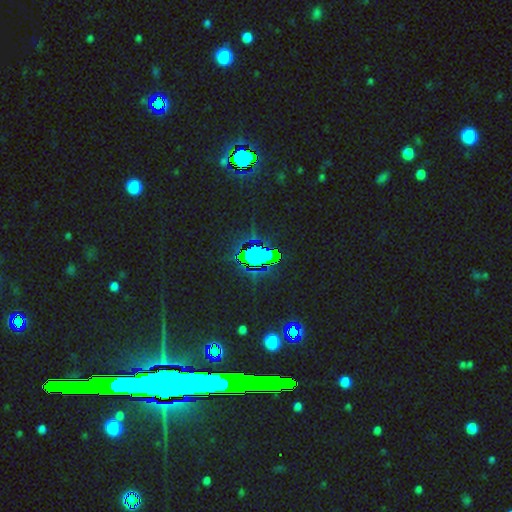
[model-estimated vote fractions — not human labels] Overall: star or artifact (80%).